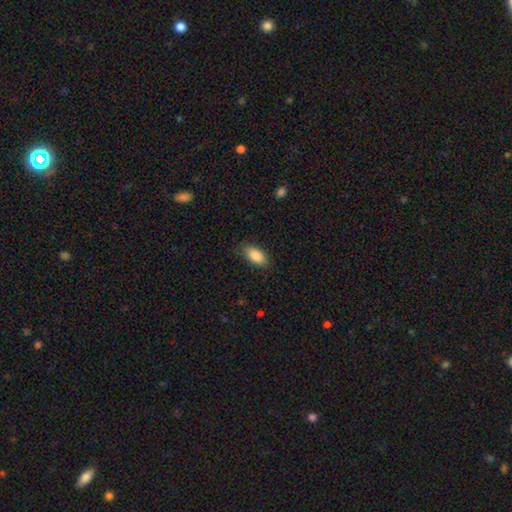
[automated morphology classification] This is clearly a smooth galaxy (88%). How rounded: clearly in between (92%). Merging: clearly none (82%).